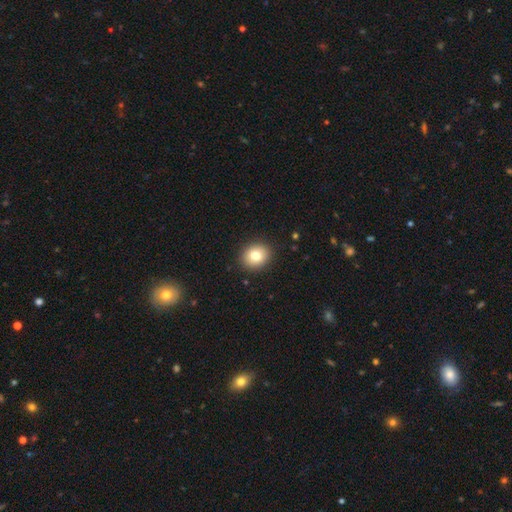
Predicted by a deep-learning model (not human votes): Smooth or featured? smooth (78%)
How rounded? round (71%)
Merging? none (90%)